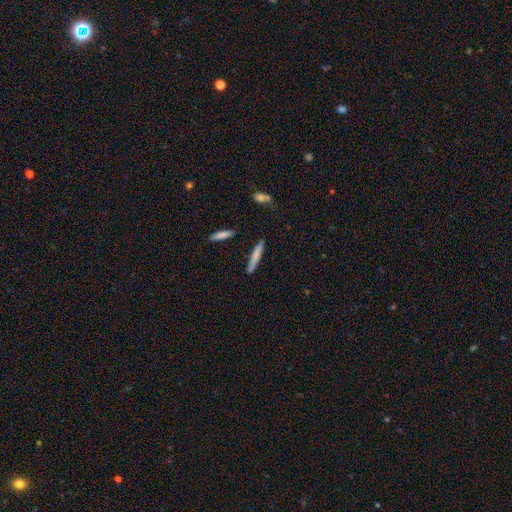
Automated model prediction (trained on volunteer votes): smooth_or_featured: smooth (p=0.70) [alt: featured or disk p=0.24]
how_rounded: cigar-shaped (p=0.94) [alt: in between p=0.05]
merging: none (p=0.84) [alt: minor disturbance p=0.11]